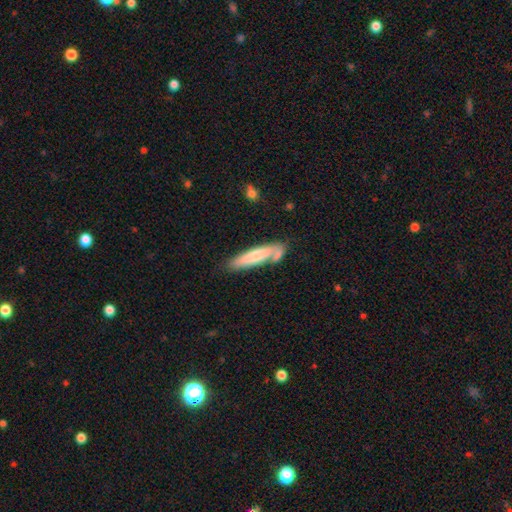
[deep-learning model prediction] smooth-or-featured: smooth: 69% | featured or disk: 26% | star or artifact: 6%
  how-rounded: cigar-shaped: 79% | in between: 19% | round: 1%
  merging: none: 59% | merger: 18% | minor disturbance: 18% | major disturbance: 5%